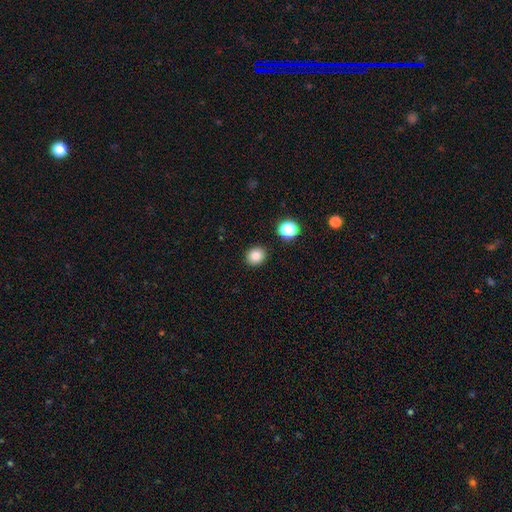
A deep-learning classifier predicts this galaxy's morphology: A smooth galaxy with no disk features (84%) that is round (77%). Merging: none (90%).